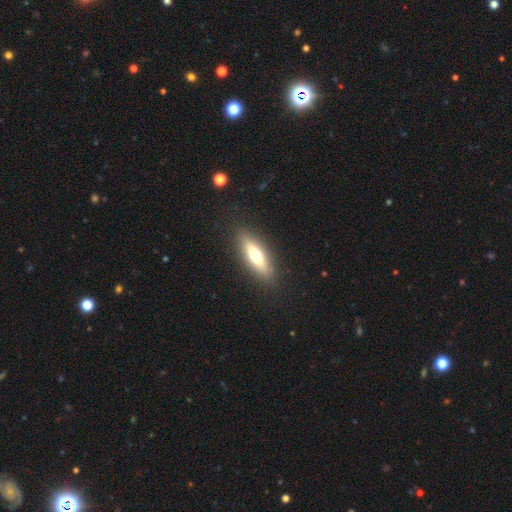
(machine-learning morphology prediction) Overall: smooth (59%; featured or disk 34%). How rounded: cigar-shaped (50%; in between 48%). Merging: none (87%).